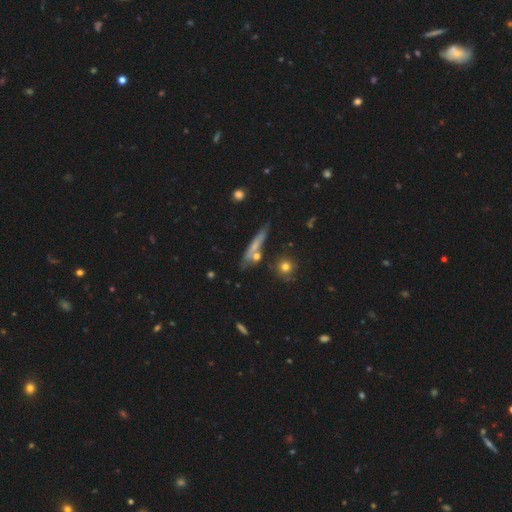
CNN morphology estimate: smooth-or-featured: smooth: 54% | featured or disk: 37% | star or artifact: 9%
  how-rounded: cigar-shaped: 74% | in between: 15% | round: 11%
  merging: none: 65% | minor disturbance: 18% | merger: 11% | major disturbance: 6%